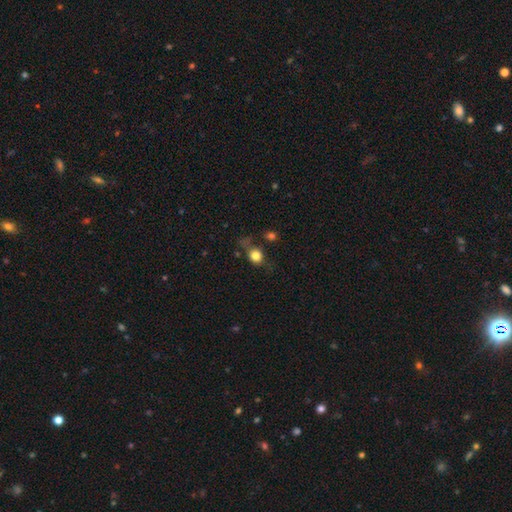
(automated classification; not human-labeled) smooth 77%, star or artifact 12%, featured or disk 11%. Down the decision tree: how rounded — round (73%); merging — none (57%).